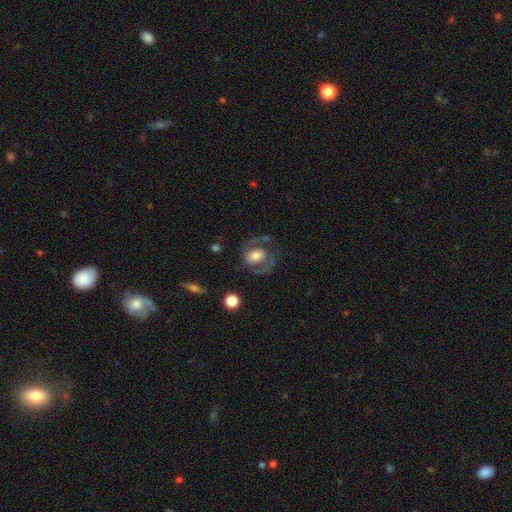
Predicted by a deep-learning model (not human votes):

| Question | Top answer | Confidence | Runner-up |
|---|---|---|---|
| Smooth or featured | featured or disk | 54% | smooth (39%) |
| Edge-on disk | no | 96% | yes (4%) |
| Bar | no | 64% | weak (25%) |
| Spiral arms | yes | 60% | no (40%) |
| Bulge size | moderate | 49% | large (30%) |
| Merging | none | 58% | major disturbance (21%) |